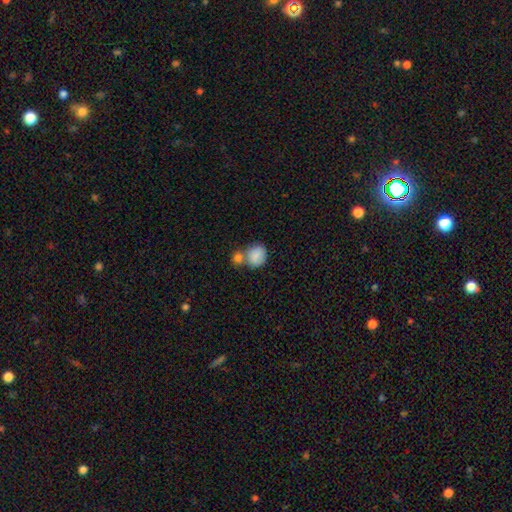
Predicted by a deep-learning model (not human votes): Smooth or featured?
  - smooth: 85% *
  - featured or disk: 7%
  - star or artifact: 7%
How rounded?
  - round: 65% *
  - in between: 34%
  - cigar-shaped: 1%
Merging?
  - merger: 44% *
  - none: 39%
  - minor disturbance: 12%
  - major disturbance: 5%